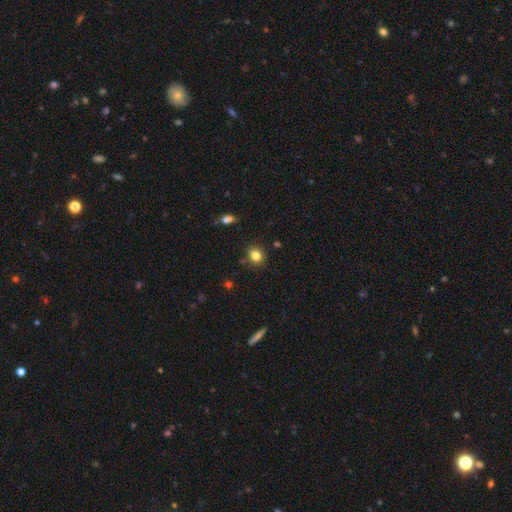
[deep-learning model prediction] smooth-or-featured: smooth: 82% | star or artifact: 12% | featured or disk: 6%
  how-rounded: round: 71% | in between: 28% | cigar-shaped: 1%
  merging: none: 86% | minor disturbance: 9% | merger: 3% | major disturbance: 2%